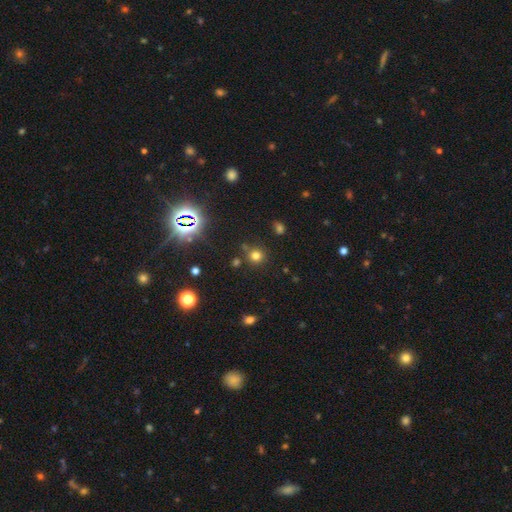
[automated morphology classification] smooth-or-featured: smooth: 69% | star or artifact: 24% | featured or disk: 7%
  how-rounded: round: 91% | in between: 8% | cigar-shaped: 1%
  merging: none: 78% | minor disturbance: 9% | merger: 8% | major disturbance: 4%